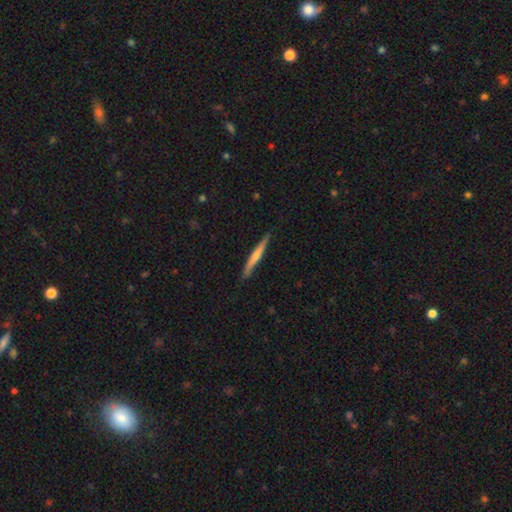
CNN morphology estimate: Smooth or featured? smooth (52%)
How rounded? cigar-shaped (96%)
Merging? none (86%)